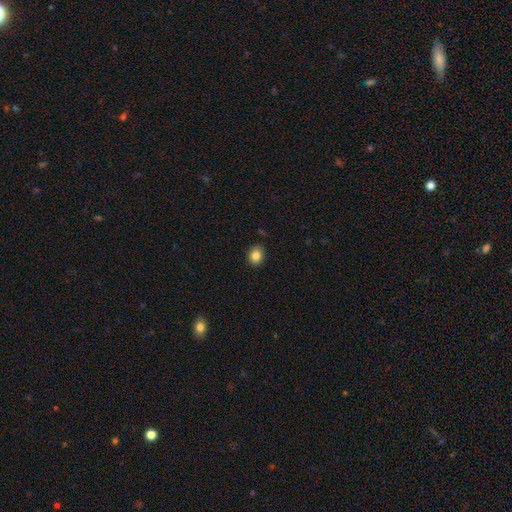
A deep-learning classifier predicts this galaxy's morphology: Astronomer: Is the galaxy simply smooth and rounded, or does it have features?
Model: smooth — 84%.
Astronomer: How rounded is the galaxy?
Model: round — 51% (runner-up: in between, 48%).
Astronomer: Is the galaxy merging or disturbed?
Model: none — 88%.